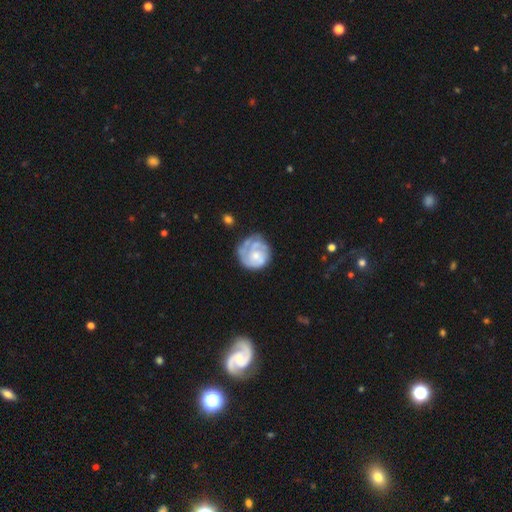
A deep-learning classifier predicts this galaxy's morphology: Smooth or featured?
  - featured or disk: 67% *
  - smooth: 27%
  - star or artifact: 6%
Edge-on disk?
  - no: 98% *
  - yes: 2%
Bar?
  - no: 79% *
  - weak: 18%
  - strong: 3%
Spiral arms?
  - yes: 75% *
  - no: 25%
Bulge size?
  - small: 45% *
  - moderate: 37%
  - none: 12%
  - large: 4%
  - dominant: 1%
Merging?
  - none: 58% *
  - minor disturbance: 24%
  - major disturbance: 14%
  - merger: 4%